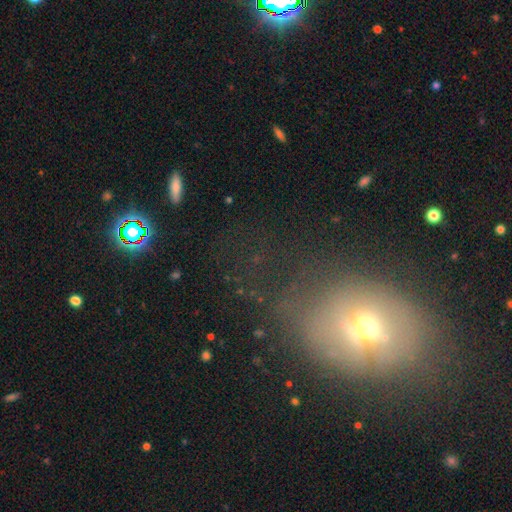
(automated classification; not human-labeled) This appears to be a smooth galaxy with no disk features (43%). Merging: none (45%).